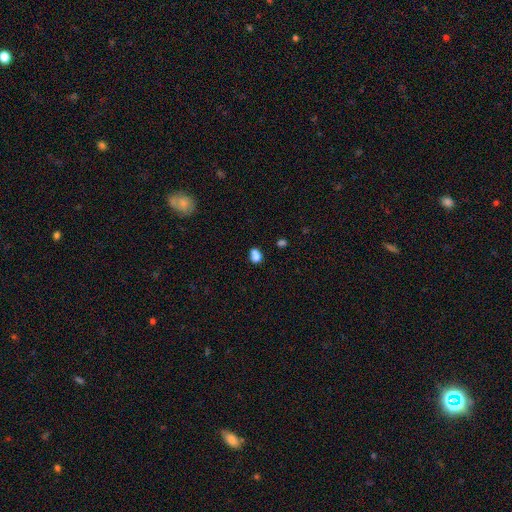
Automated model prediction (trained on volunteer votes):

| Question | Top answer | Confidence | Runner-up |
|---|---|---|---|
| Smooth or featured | smooth | 78% | star or artifact (14%) |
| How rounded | in between | 57% | round (42%) |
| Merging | none | 52% | minor disturbance (20%) |